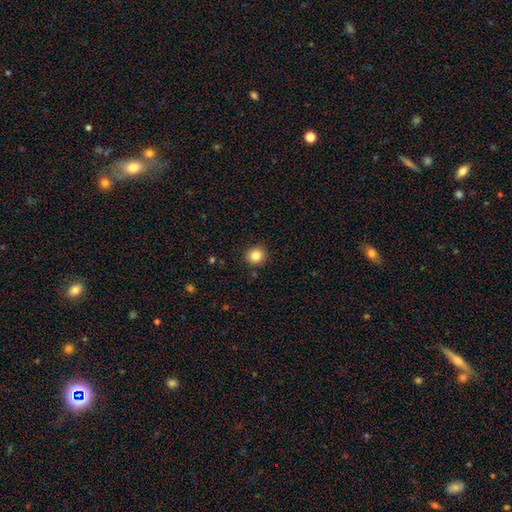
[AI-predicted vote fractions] Overall: smooth (84%). How rounded: round (91%). Merging: none (92%).